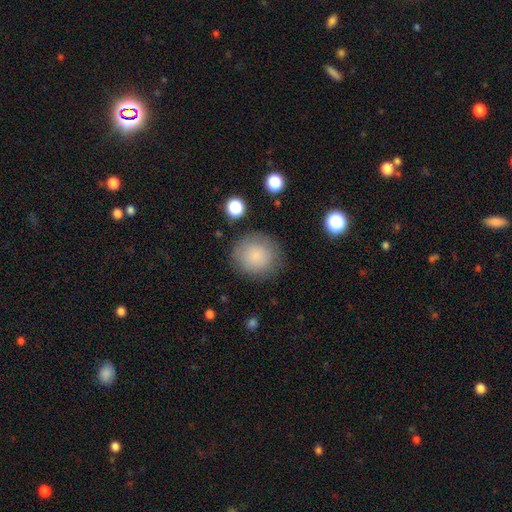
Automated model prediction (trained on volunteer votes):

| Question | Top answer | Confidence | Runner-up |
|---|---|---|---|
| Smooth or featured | smooth | 83% | star or artifact (8%) |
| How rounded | round | 89% | in between (10%) |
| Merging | none | 82% | minor disturbance (12%) |